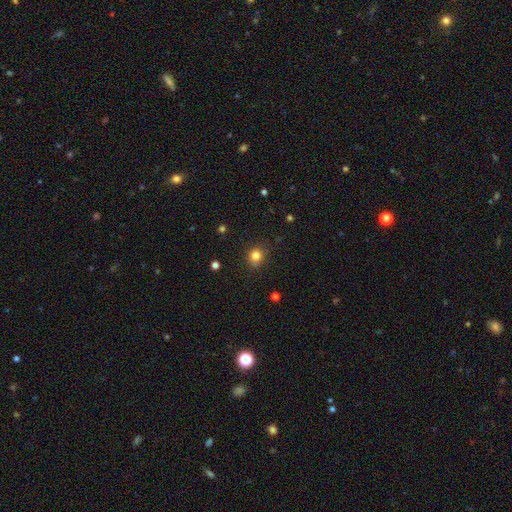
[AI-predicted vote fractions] smooth_or_featured: smooth (p=0.82) [alt: star or artifact p=0.13]
how_rounded: round (p=0.76) [alt: in between p=0.23]
merging: none (p=0.82) [alt: minor disturbance p=0.14]